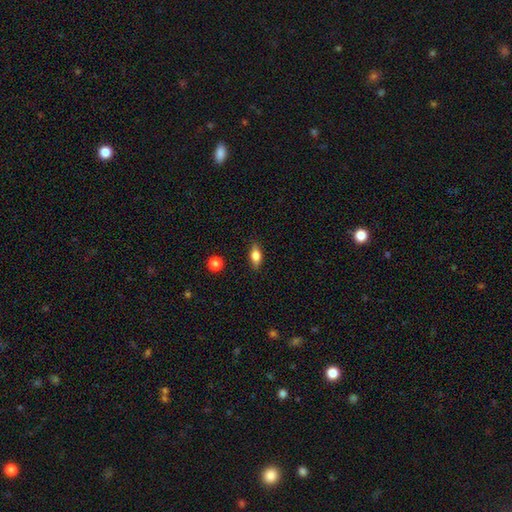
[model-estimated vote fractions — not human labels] Q: Smooth or featured?
A: smooth (76%); runner-up: featured or disk (16%)
Q: How rounded?
A: in between (81%); runner-up: cigar-shaped (12%)
Q: Merging?
A: none (85%); runner-up: minor disturbance (11%)